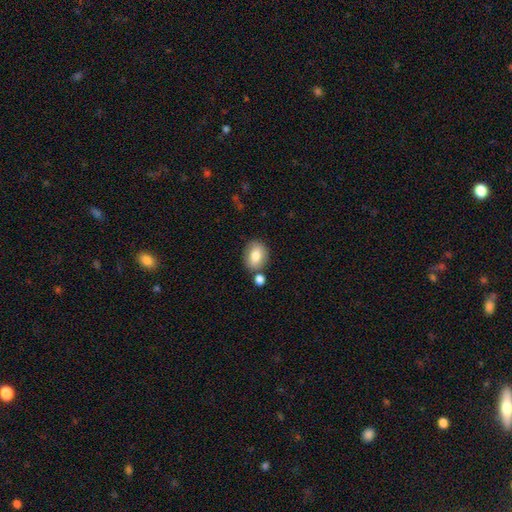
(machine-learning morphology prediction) A smooth galaxy with no disk features (79%) that is in between round and cigar-shaped (61%). Merging: none (71%).